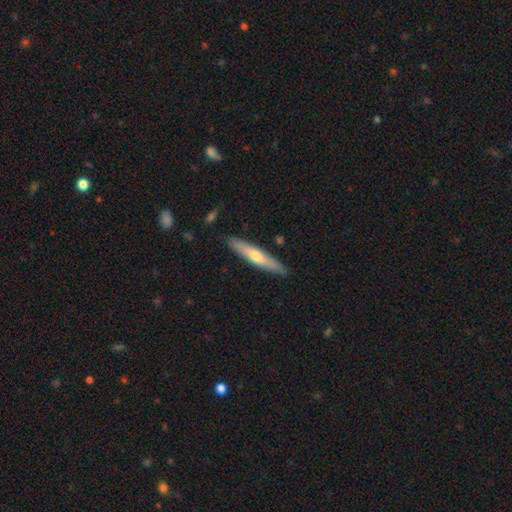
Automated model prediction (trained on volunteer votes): Q: Smooth or featured?
A: featured or disk (48%); runner-up: smooth (46%)
Q: Merging?
A: none (89%); runner-up: minor disturbance (8%)